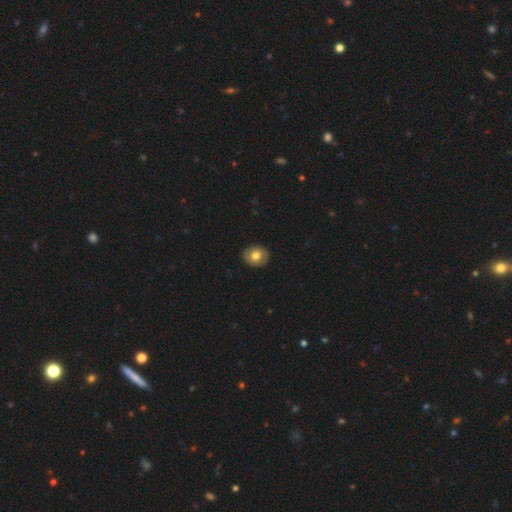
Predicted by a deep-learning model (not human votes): A smooth galaxy with no disk features (72%) that is round (62%). Merging: none (88%).